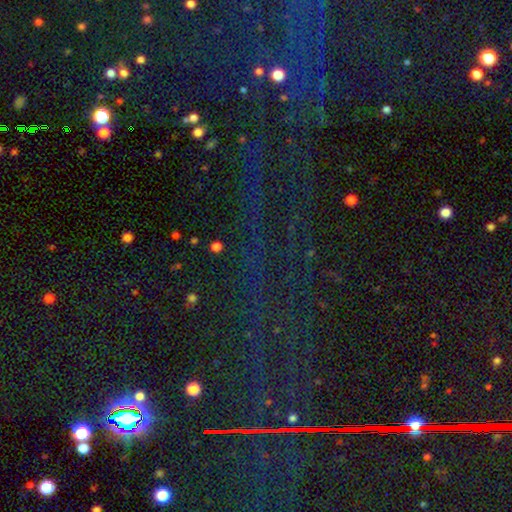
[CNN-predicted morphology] star or artifact 83%, smooth 9%, featured or disk 8%.